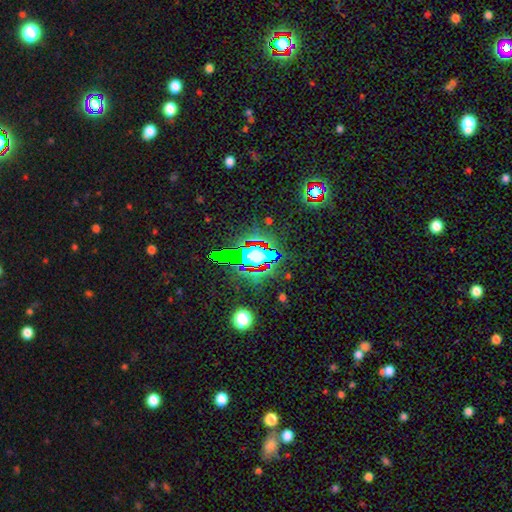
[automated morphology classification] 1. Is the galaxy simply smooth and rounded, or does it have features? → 63% star or artifact, 24% smooth, 14% featured or disk.